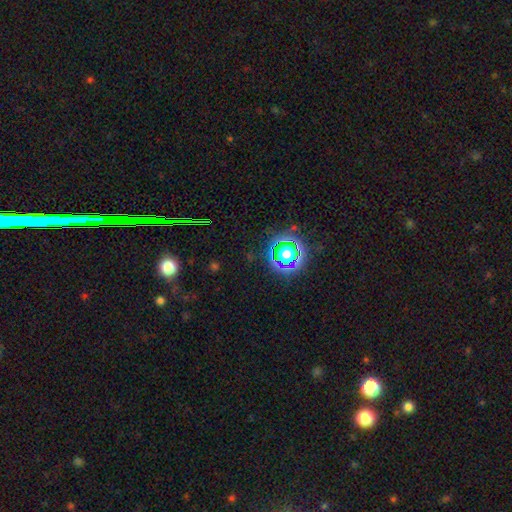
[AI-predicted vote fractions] Smooth or featured? star or artifact (78%)